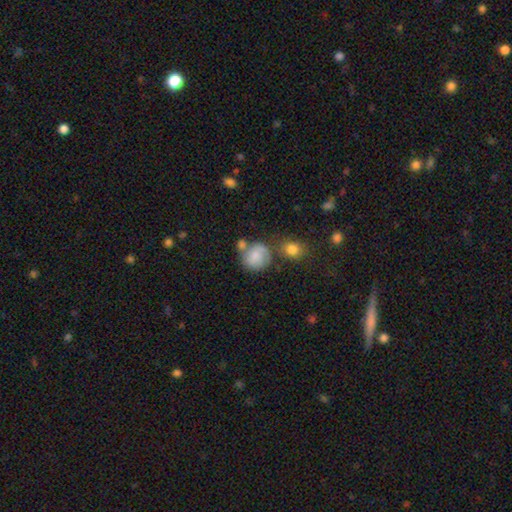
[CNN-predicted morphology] Smooth or featured?
  - smooth: 71% *
  - featured or disk: 21%
  - star or artifact: 9%
How rounded?
  - round: 83% *
  - in between: 16%
  - cigar-shaped: 1%
Merging?
  - none: 53% *
  - minor disturbance: 20%
  - merger: 19%
  - major disturbance: 8%